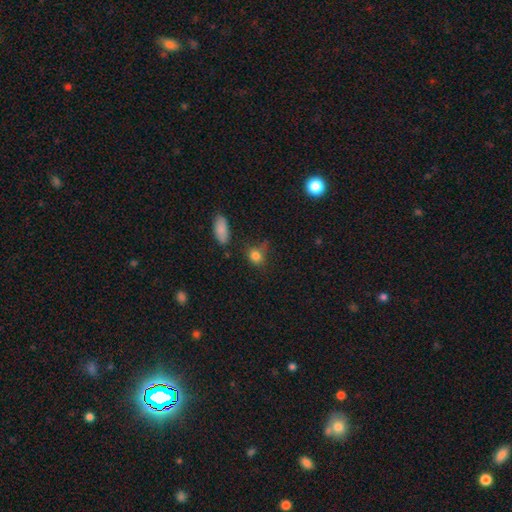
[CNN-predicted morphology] This appears to be a smooth galaxy with no disk features (81%) that is round (58%). Merging: none (62%).